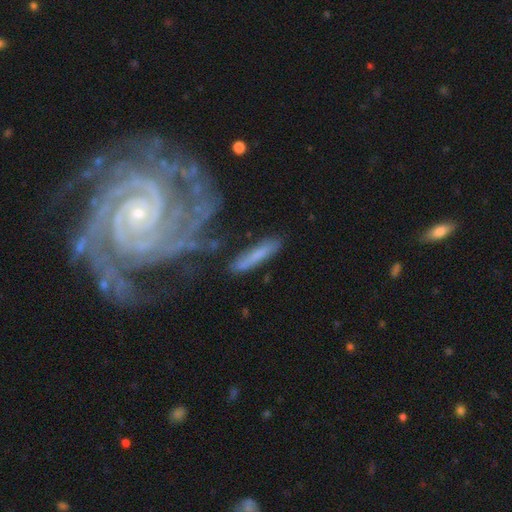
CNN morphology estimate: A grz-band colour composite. It shows a smooth galaxy with no disk features (48%). Merging: none (70%).